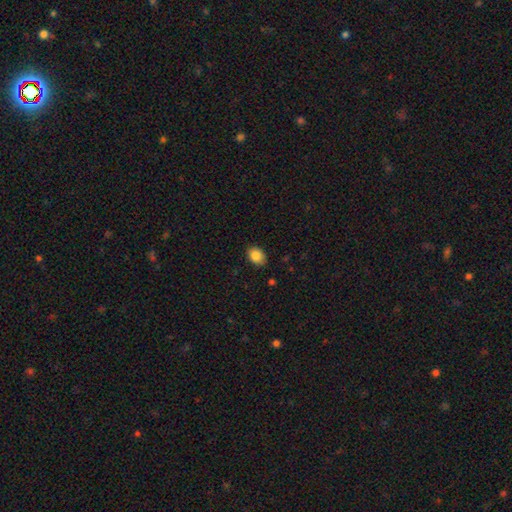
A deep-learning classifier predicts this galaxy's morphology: A smooth galaxy with no disk features (85%) that is in between round and cigar-shaped (75%). Merging: none (85%).